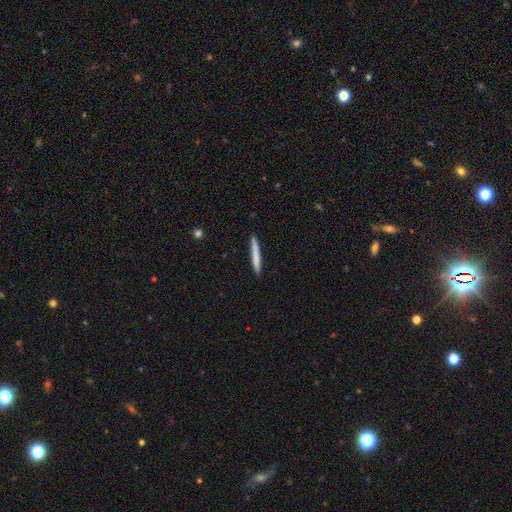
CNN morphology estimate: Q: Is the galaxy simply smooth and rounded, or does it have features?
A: smooth — 76%.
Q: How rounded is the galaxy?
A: cigar-shaped — 96%.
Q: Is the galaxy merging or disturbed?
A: none — 91%.